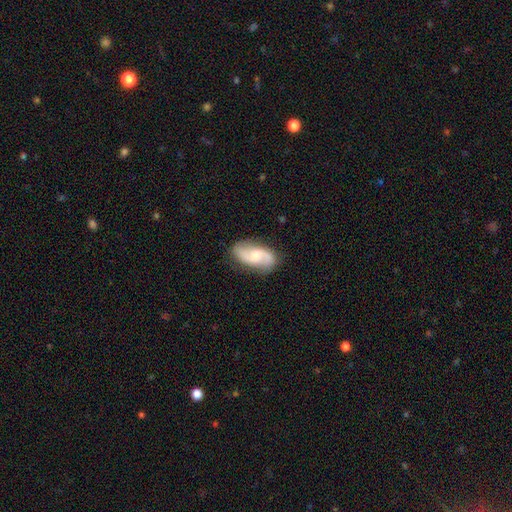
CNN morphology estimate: smooth_or_featured: featured or disk (p=0.70) [alt: smooth p=0.24]
disk_edge_on: no (p=0.96) [alt: yes p=0.04]
bar: no (p=0.53) [alt: weak p=0.39]
has_spiral_arms: yes (p=0.94) [alt: no p=0.06]
spiral_winding: loose (p=0.51) [alt: medium p=0.37]
spiral_arm_count: 2 (p=0.90) [alt: can't tell p=0.04]
bulge_size: moderate (p=0.47) [alt: small p=0.39]
merging: none (p=0.79) [alt: minor disturbance p=0.15]